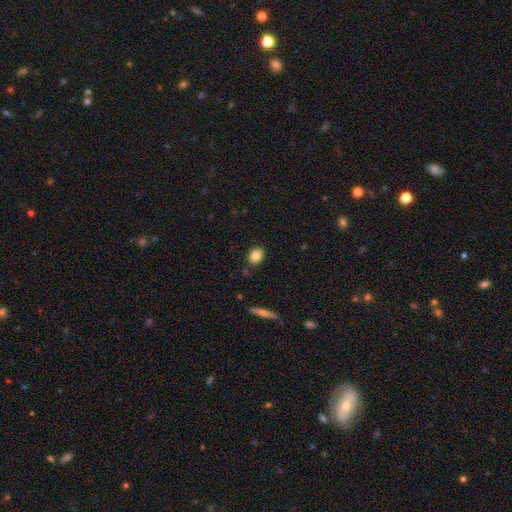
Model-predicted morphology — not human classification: Q: Smooth or featured?
A: smooth (84%); runner-up: star or artifact (9%)
Q: How rounded?
A: in between (57%); runner-up: round (41%)
Q: Merging?
A: none (85%); runner-up: minor disturbance (10%)